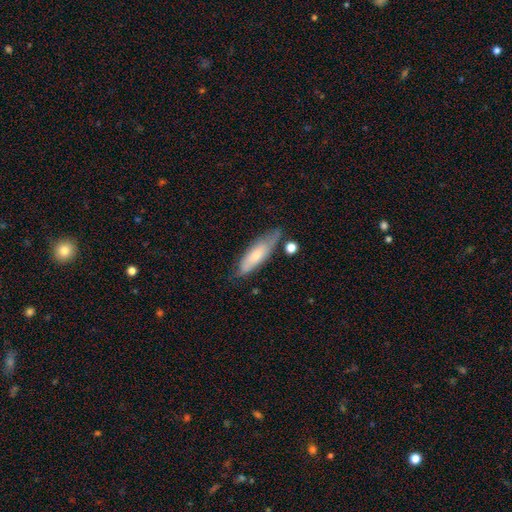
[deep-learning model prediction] A smooth galaxy with no disk features (63%) that is cigar-shaped (53%). Merging: none (61%).